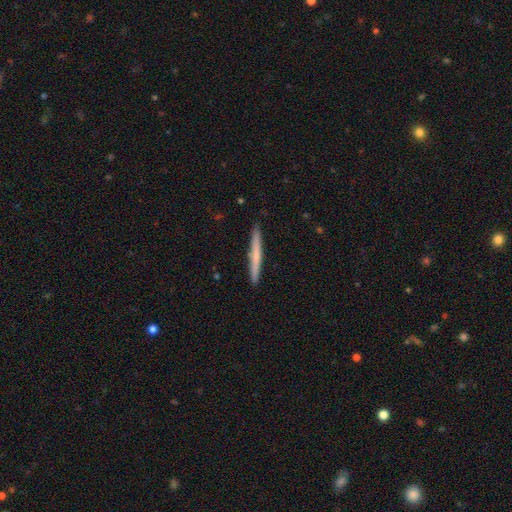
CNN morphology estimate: smooth_or_featured: smooth (p=0.55) [alt: featured or disk p=0.40]
how_rounded: cigar-shaped (p=0.97) [alt: in between p=0.02]
merging: none (p=0.91) [alt: minor disturbance p=0.06]